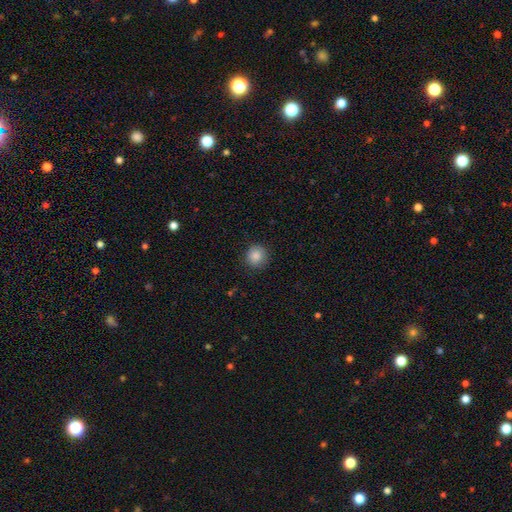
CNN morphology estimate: smooth 86%, star or artifact 9%, featured or disk 5%. Down the decision tree: how rounded — round (90%); merging — none (87%).